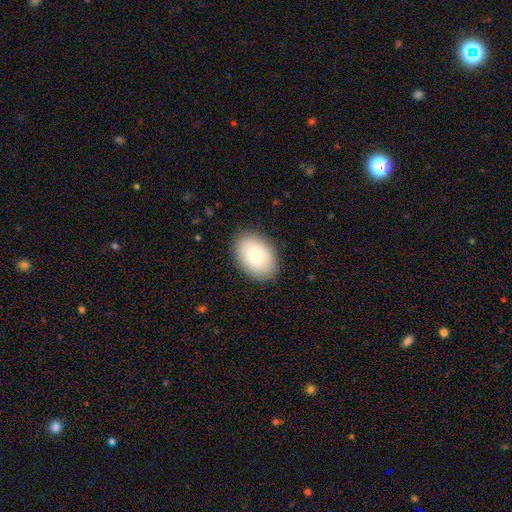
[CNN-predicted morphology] This appears to be a smooth galaxy with no disk features (80%) that is in between round and cigar-shaped (81%). Merging: none (87%).